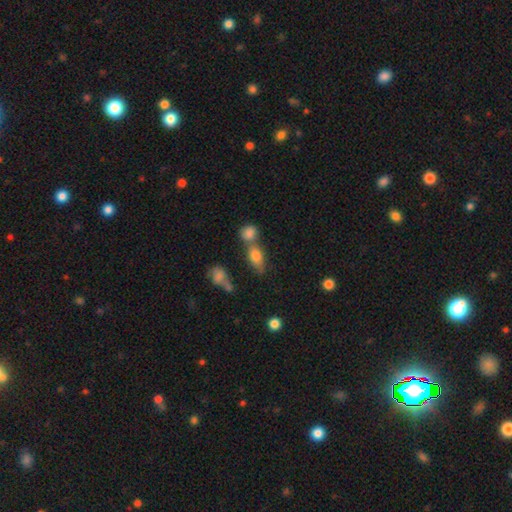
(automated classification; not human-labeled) Smooth or featured?
  - smooth: 77% *
  - featured or disk: 14%
  - star or artifact: 10%
How rounded?
  - in between: 79% *
  - round: 12%
  - cigar-shaped: 9%
Merging?
  - none: 47% *
  - merger: 34%
  - minor disturbance: 13%
  - major disturbance: 6%